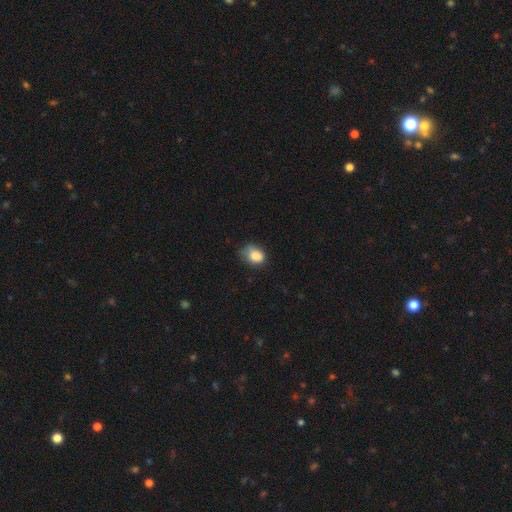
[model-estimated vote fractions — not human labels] smooth-or-featured: smooth: 82% | star or artifact: 9% | featured or disk: 9%
  how-rounded: in between: 60% | round: 39% | cigar-shaped: 1%
  merging: none: 48% | minor disturbance: 38% | major disturbance: 12% | merger: 2%